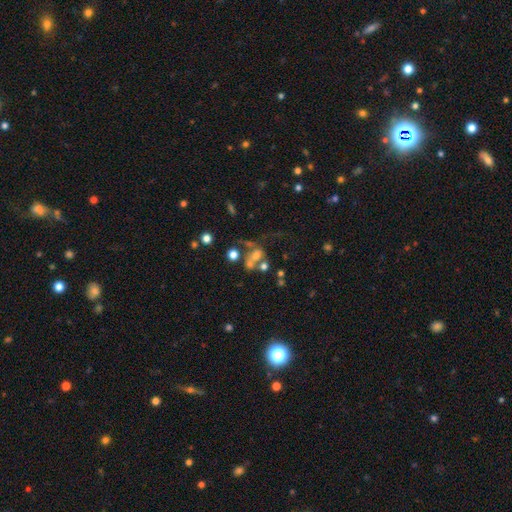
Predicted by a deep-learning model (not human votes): Smooth or featured? smooth (48%)
Merging? merger (44%)